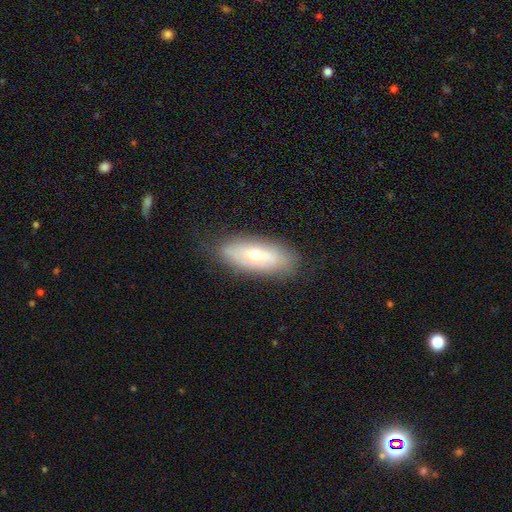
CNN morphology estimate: Q: Smooth or featured?
A: smooth (57%); runner-up: featured or disk (36%)
Q: How rounded?
A: in between (70%); runner-up: cigar-shaped (27%)
Q: Merging?
A: none (79%); runner-up: minor disturbance (16%)